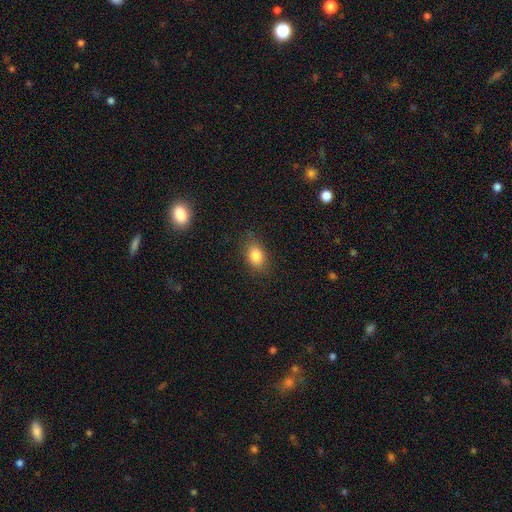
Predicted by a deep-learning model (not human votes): The model was most divided on "how rounded": in between: 78%, round: 20%, cigar-shaped: 2%. More confident: smooth or featured — smooth (83%); merging — none (82%).